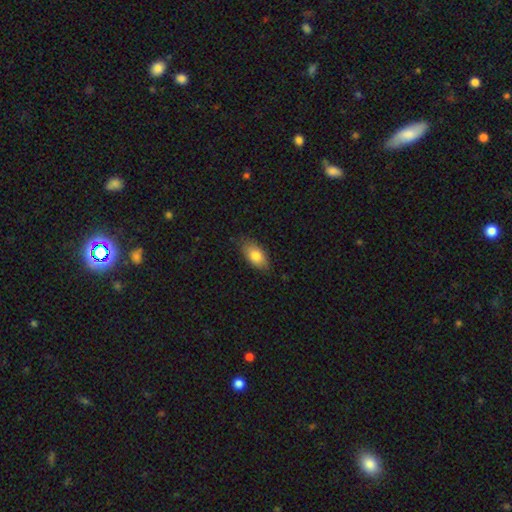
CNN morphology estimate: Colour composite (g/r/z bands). It shows a smooth galaxy with no disk features (80%) that is in between round and cigar-shaped (91%). Merging: none (79%).